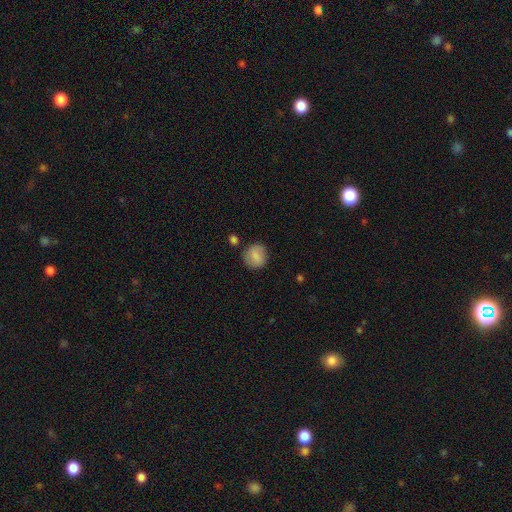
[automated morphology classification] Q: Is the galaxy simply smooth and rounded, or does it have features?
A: smooth — 82%.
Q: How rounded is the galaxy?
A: round — 83%.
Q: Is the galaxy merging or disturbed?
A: none — 79%.